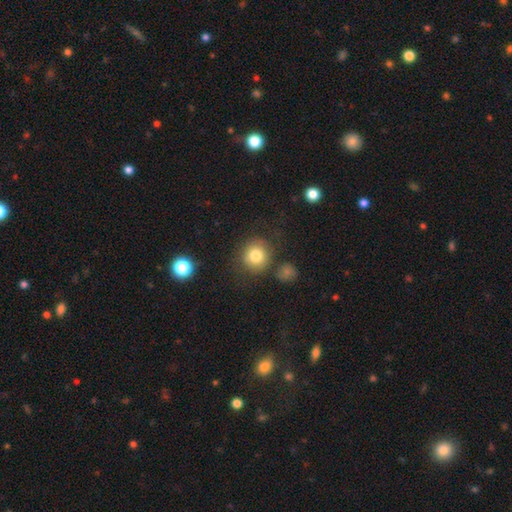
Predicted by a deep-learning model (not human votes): A smooth galaxy with no disk features (81%) that is round (90%). Merging: none (78%).